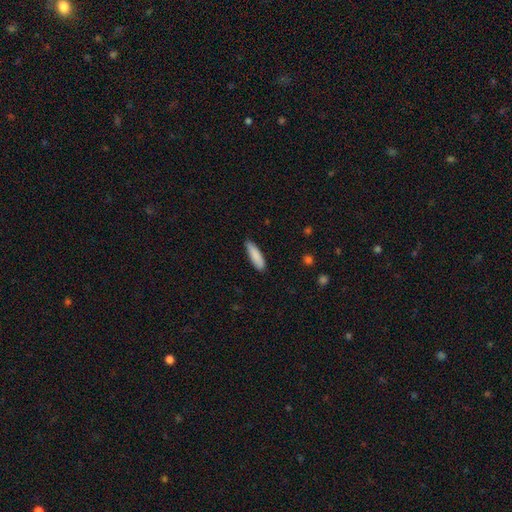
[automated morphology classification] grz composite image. It shows a smooth galaxy with no disk features (88%) that is cigar-shaped (62%). Merging: none (82%).